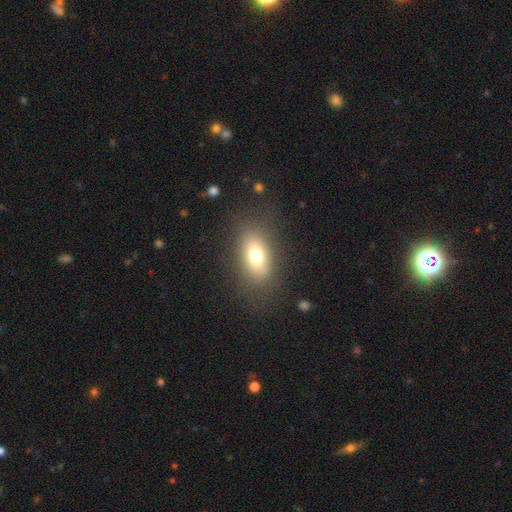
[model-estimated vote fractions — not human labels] A smooth galaxy with no disk features (71%) that is in between round and cigar-shaped (81%).

Vote fractions:
- Smooth or featured? smooth: 71% / featured or disk: 18% / star or artifact: 12%
- How rounded? in between: 81% / round: 14% / cigar-shaped: 5%
- Merging? none: 80% / minor disturbance: 12% / major disturbance: 7% / merger: 1%